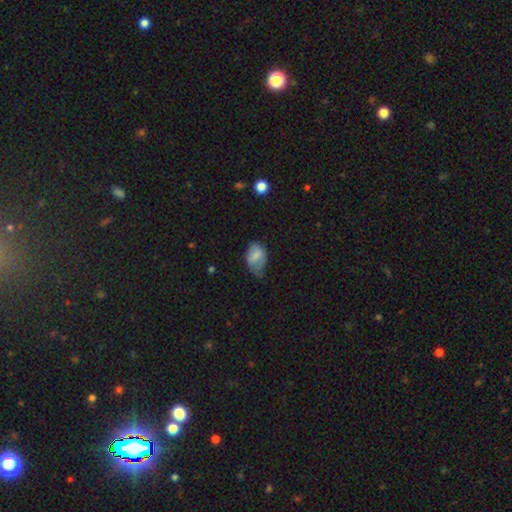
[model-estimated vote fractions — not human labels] Overall: smooth (76%). How rounded: in between (81%). Merging: minor disturbance (47%; none 32%).